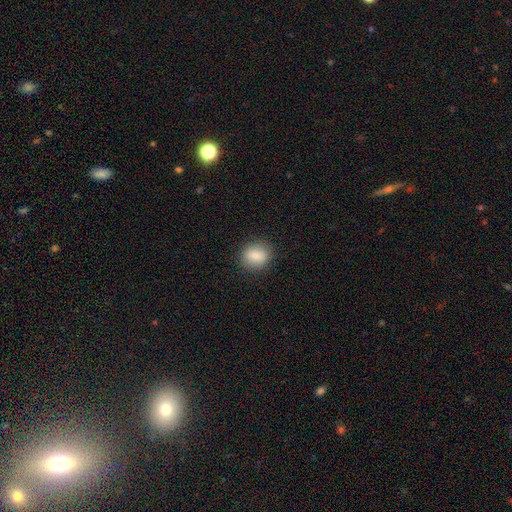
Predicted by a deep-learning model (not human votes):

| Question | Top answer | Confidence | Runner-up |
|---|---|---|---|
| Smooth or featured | smooth | 86% | star or artifact (8%) |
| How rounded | round | 64% | in between (35%) |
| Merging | none | 87% | minor disturbance (9%) |